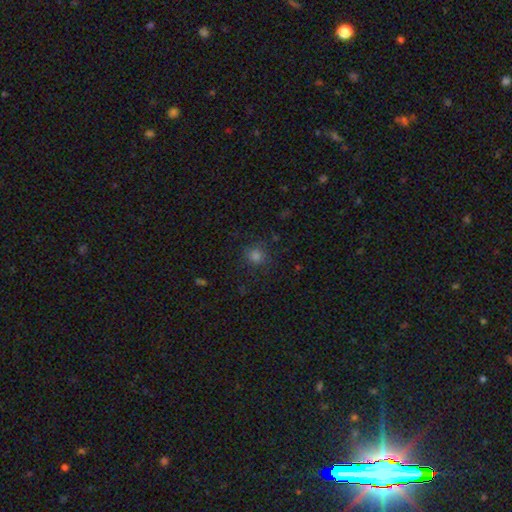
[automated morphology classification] type=smooth (75%); roundness=round (89%); merging=none (85%).